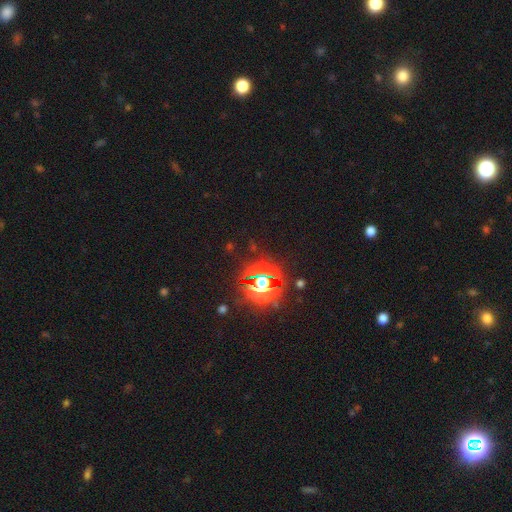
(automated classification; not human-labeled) Morphology: type=star or artifact (85%).